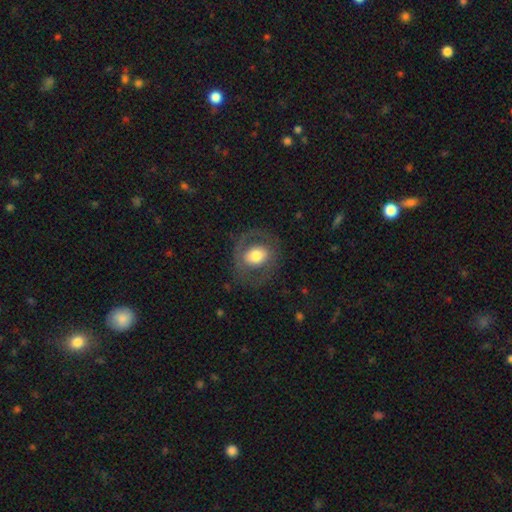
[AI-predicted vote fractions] smooth 51%, featured or disk 42%, star or artifact 7%. Down the decision tree: how rounded — round (65%); merging — none (73%).